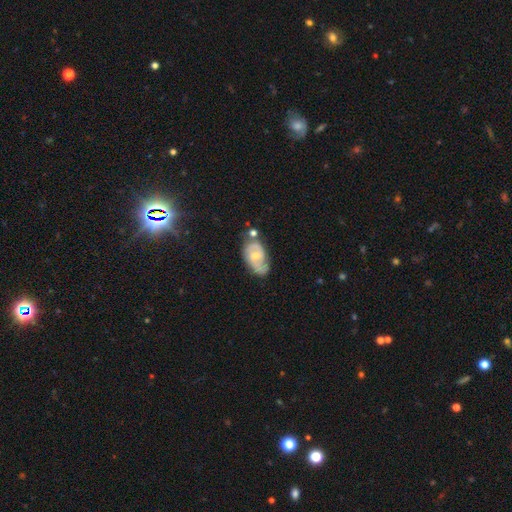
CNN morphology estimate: smooth_or_featured: featured or disk (p=0.69) [alt: smooth p=0.25]
disk_edge_on: no (p=0.96) [alt: yes p=0.04]
bar: weak (p=0.46) [tied with: no p=0.46]
has_spiral_arms: yes (p=0.88) [alt: no p=0.12]
spiral_winding: medium (p=0.47) [alt: tight p=0.33]
spiral_arm_count: 2 (p=0.74) [alt: can't tell p=0.14]
bulge_size: small (p=0.47) [alt: moderate p=0.46]
merging: none (p=0.55) [alt: minor disturbance p=0.26]